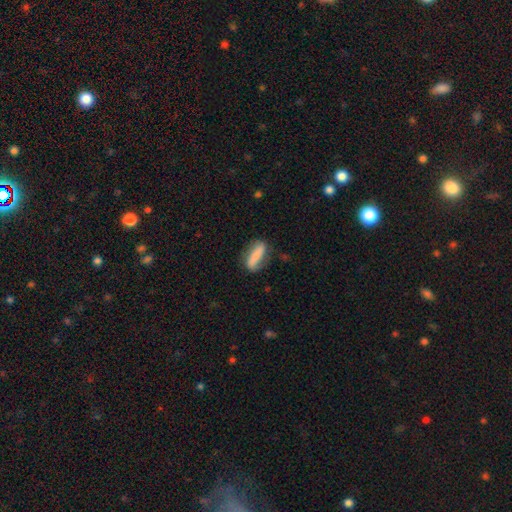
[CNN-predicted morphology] A smooth galaxy with no disk features (68%) that is in between round and cigar-shaped (50%). Merging: none (66%).